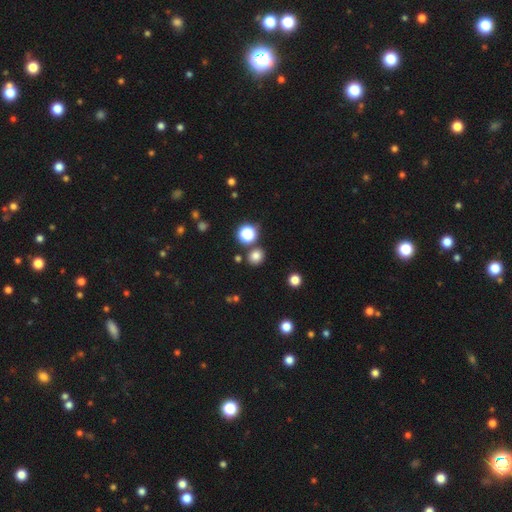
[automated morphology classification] A smooth galaxy with no disk features (78%) that is round (79%). Merging: none (81%).